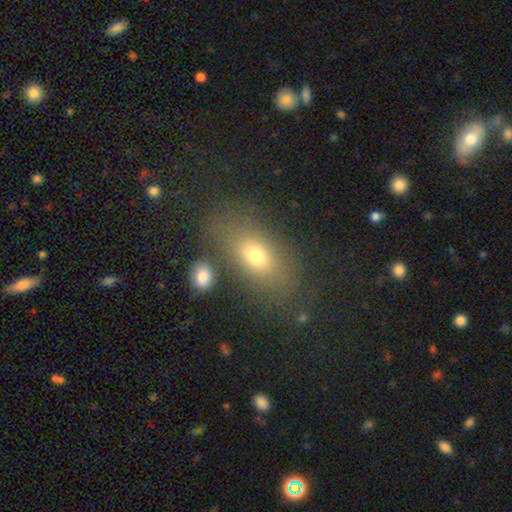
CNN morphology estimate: smooth_or_featured: smooth (p=0.69) [alt: featured or disk p=0.18]
how_rounded: in between (p=0.83) [alt: round p=0.11]
merging: none (p=0.72) [alt: minor disturbance p=0.14]